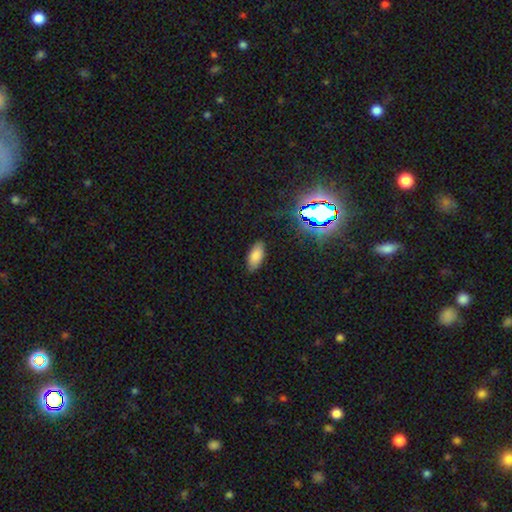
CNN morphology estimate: Smooth or featured? Predicted: smooth (p=0.81). How rounded? Predicted: in between (p=0.90). Merging? Predicted: none (p=0.85).